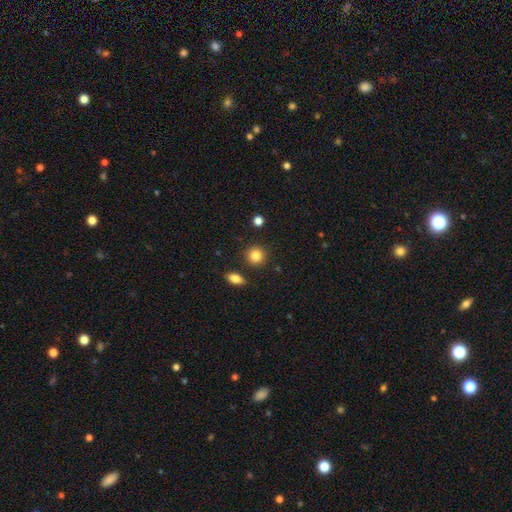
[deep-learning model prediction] A smooth galaxy with no disk features (85%) that is round (90%). Merging: none (88%).